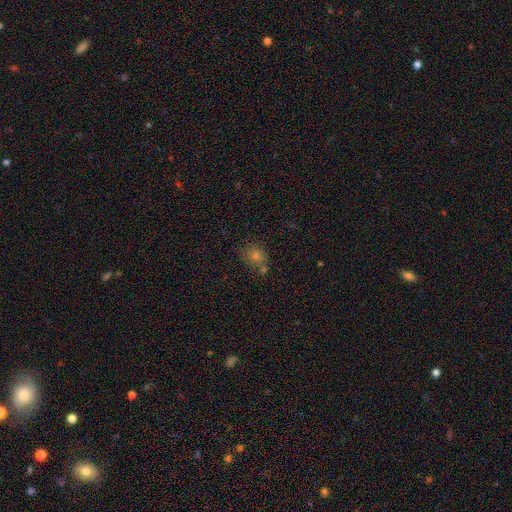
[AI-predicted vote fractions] A smooth galaxy with no disk features (67%) that is round (70%).

Vote fractions:
- Smooth or featured? smooth: 67% / star or artifact: 21% / featured or disk: 12%
- How rounded? round: 70% / in between: 29% / cigar-shaped: 1%
- Merging? none: 63% / merger: 19% / minor disturbance: 14% / major disturbance: 4%